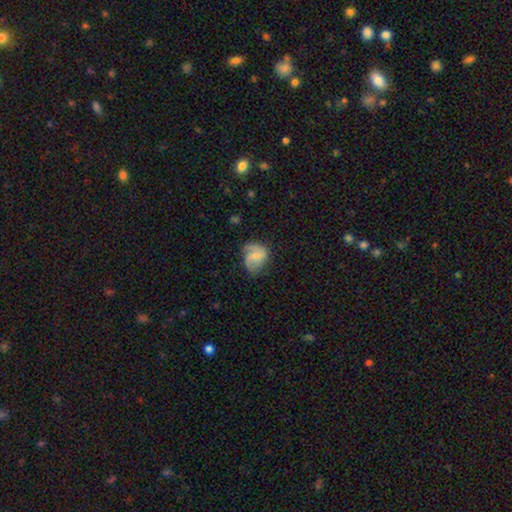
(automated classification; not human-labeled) smooth-or-featured: featured or disk: 62% | smooth: 31% | star or artifact: 7%
  disk-edge-on: no: 98% | yes: 2%
    bar: weak: 47% | no: 40% | strong: 13%
    has-spiral-arms: yes: 89% | no: 11%
      spiral-winding: medium: 44% | loose: 39% | tight: 18%
      spiral-arm-count: 2: 67% | can't tell: 12% | 1: 9% | 3: 9% | 4: 2% | more than 4: 2%
    bulge-size: small: 56% | moderate: 28% | none: 13% | large: 2% | dominant: 1%
  merging: none: 54% | minor disturbance: 28% | major disturbance: 15% | merger: 2%